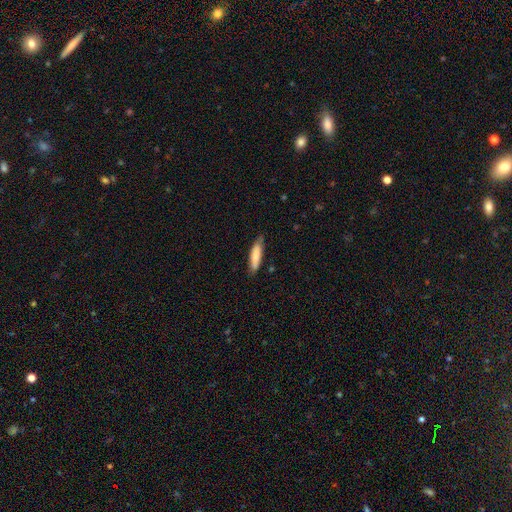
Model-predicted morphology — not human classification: Smooth or featured? smooth (80%)
How rounded? cigar-shaped (72%)
Merging? none (77%)